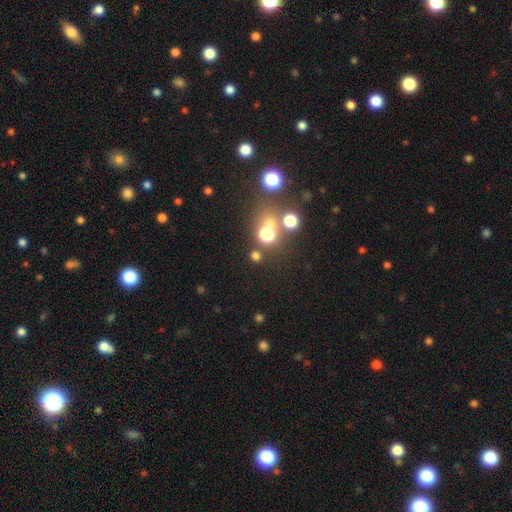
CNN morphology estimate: This is possibly a smooth galaxy (59%). How rounded: clearly round (88%). Merging: likely none (74%).